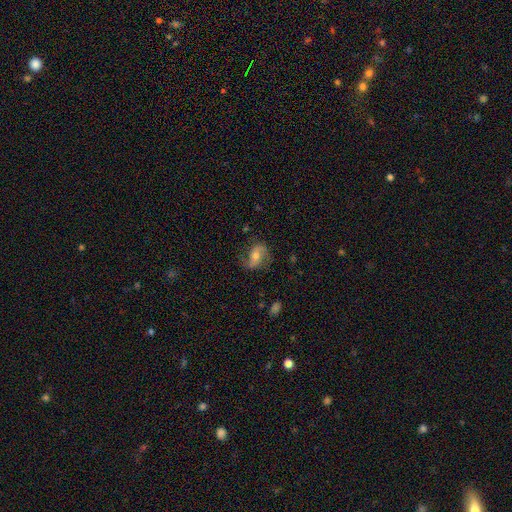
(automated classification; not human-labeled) featured or disk 66%, smooth 25%, star or artifact 9%. Down the decision tree: edge-on disk — no (96%); bar — no (48%); spiral arms — yes (90%); spiral arm count — 2 (86%); spiral winding — loose (43%); bulge size — moderate (62%); merging — none (71%).